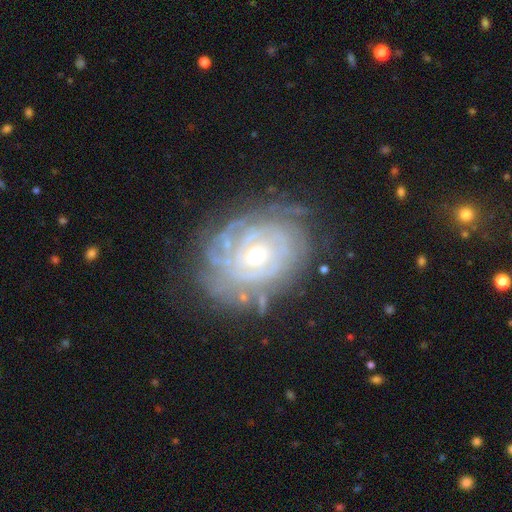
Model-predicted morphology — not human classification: smooth-or-featured: featured or disk: 85% | smooth: 8% | star or artifact: 6%
  disk-edge-on: no: 96% | yes: 4%
    bar: no: 68% | weak: 24% | strong: 8%
    has-spiral-arms: yes: 92% | no: 8%
      spiral-winding: tight: 82% | medium: 14% | loose: 4%
      spiral-arm-count: can't tell: 43% | 2: 15% | 3: 14% | 4: 12% | more than 4: 10% | 1: 6%
    bulge-size: moderate: 55% | small: 40% | large: 3% | none: 1% | dominant: 1%
  merging: none: 69% | minor disturbance: 20% | major disturbance: 9% | merger: 2%